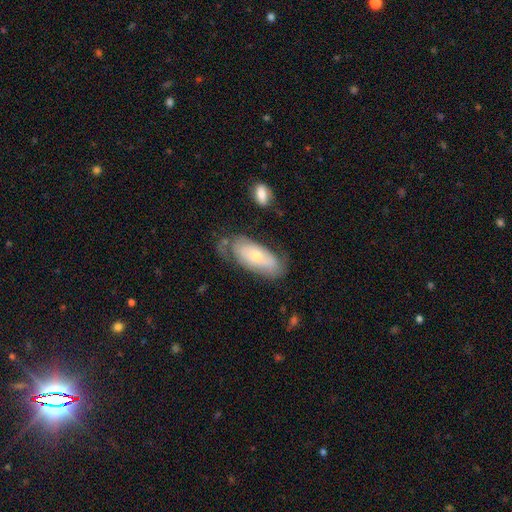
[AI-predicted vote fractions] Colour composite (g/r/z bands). It shows a featured or disk galaxy (47%). Merging: none (54%).